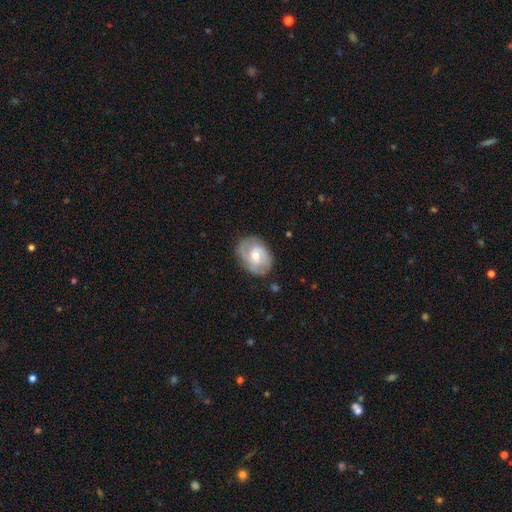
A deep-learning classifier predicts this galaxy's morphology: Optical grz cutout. It shows a featured or disk galaxy (66%) with no bar (50%), 2 (59%) medium (44%) spiral arms (85%) and a moderate central bulge (59%). Merging: none (72%).